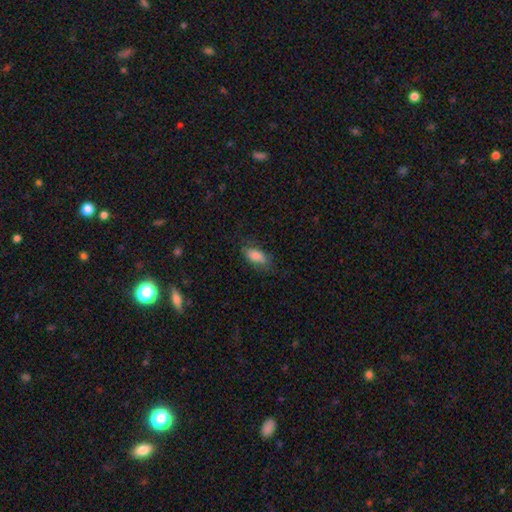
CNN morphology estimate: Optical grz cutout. It shows a smooth galaxy with no disk features (80%) that is in between round and cigar-shaped (88%). Merging: none (72%).